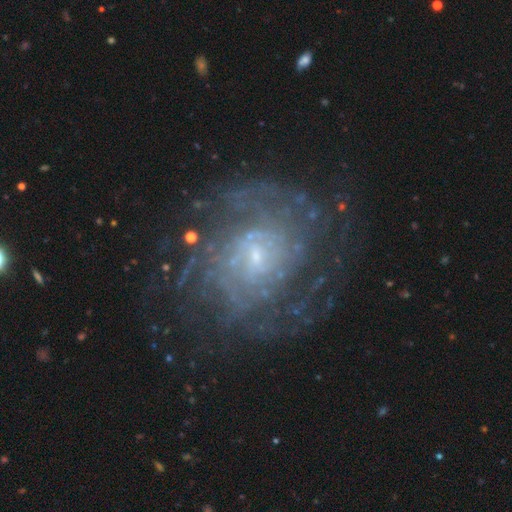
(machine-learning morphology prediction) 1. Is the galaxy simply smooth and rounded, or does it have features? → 81% featured or disk, 10% star or artifact, 9% smooth.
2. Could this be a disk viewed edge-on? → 97% no, 3% yes.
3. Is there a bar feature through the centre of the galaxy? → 55% no, 37% weak, 8% strong.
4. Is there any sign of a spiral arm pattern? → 89% yes, 11% no.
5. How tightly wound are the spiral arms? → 65% tight, 26% medium, 9% loose.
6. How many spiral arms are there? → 48% can't tell, 13% more than 4, 12% 2, 11% 4, 9% 3, 7% 1.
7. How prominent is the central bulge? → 78% small, 15% moderate, 5% none, 2% large, 1% dominant.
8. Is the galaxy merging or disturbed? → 72% none, 14% minor disturbance, 12% major disturbance, 2% merger.